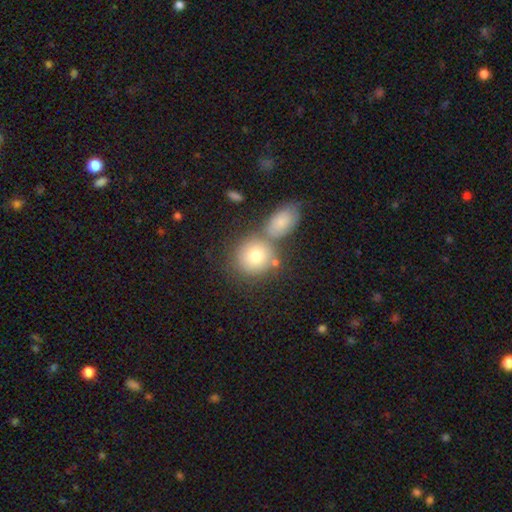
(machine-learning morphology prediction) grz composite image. It shows a smooth galaxy with no disk features (77%) that is round (82%). Merging: none (55%).